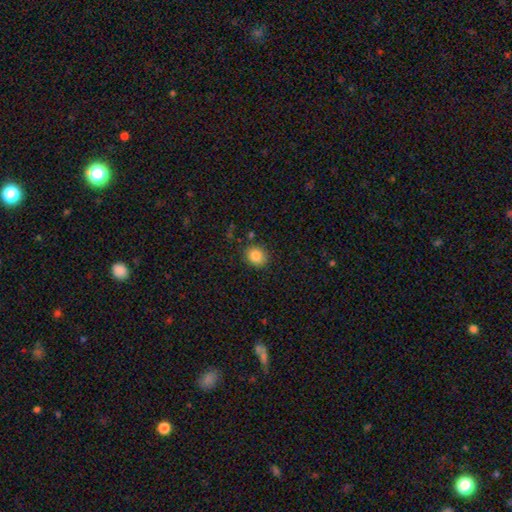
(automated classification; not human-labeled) smooth 86%, star or artifact 9%, featured or disk 5%. Down the decision tree: how rounded — round (68%); merging — none (84%).